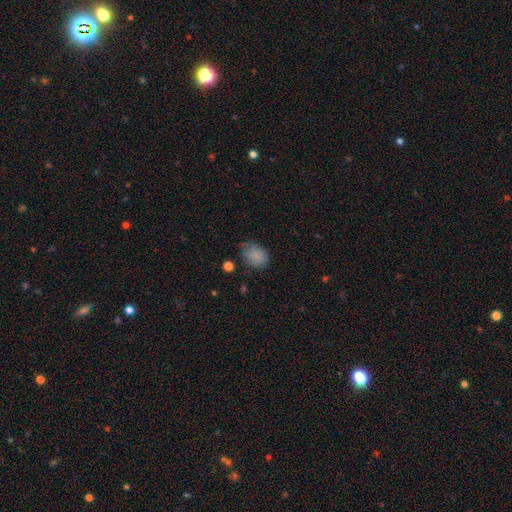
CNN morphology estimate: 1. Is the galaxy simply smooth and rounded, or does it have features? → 83% smooth, 10% star or artifact, 7% featured or disk.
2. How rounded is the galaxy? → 59% in between, 40% round, 1% cigar-shaped.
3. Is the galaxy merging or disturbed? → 59% none, 31% minor disturbance, 8% major disturbance, 2% merger.